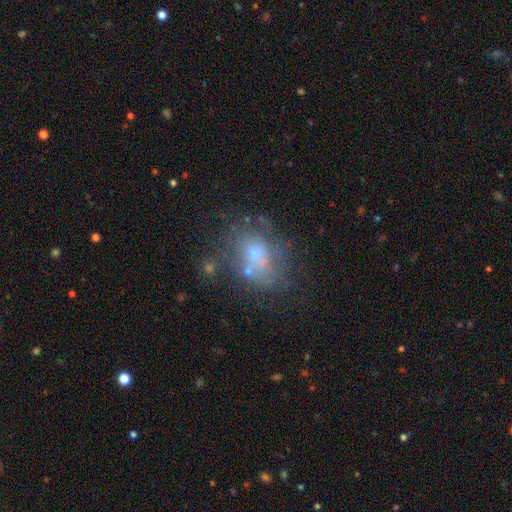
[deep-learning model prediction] This is marginally a featured or disk galaxy (43%). Merging: marginally none (42%).